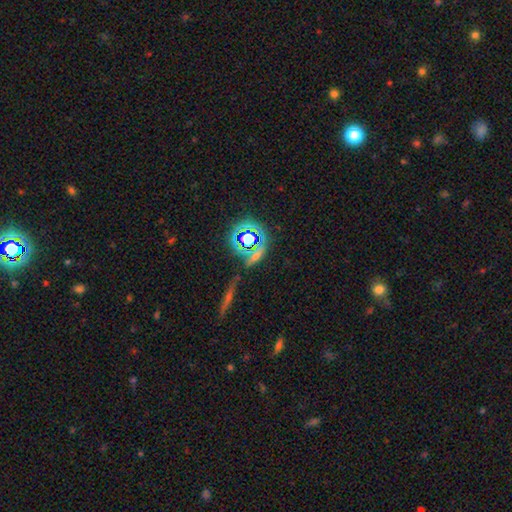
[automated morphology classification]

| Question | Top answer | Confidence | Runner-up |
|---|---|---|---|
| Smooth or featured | star or artifact | 51% | smooth (32%) |